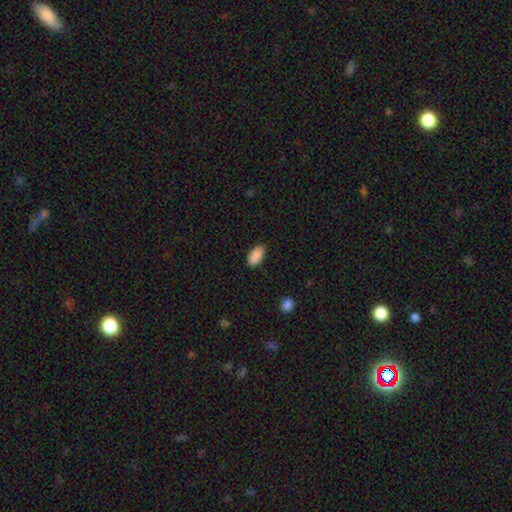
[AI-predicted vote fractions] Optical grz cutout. It shows a smooth galaxy with no disk features (90%) that is in between round and cigar-shaped (94%). Merging: none (87%).